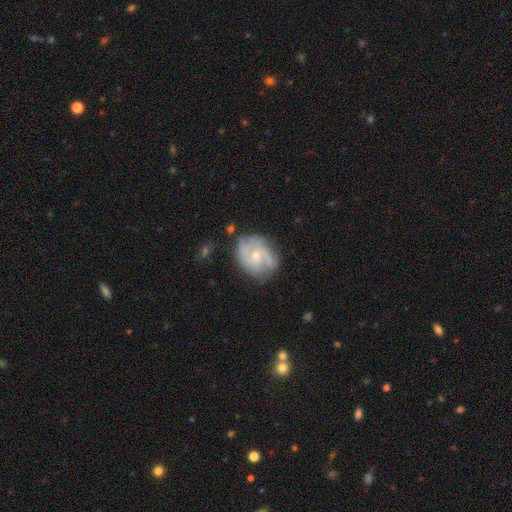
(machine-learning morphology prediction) This is likely a featured or disk galaxy (74%). It is clearly not viewed edge-on (97%). Bar: likely no (68%). Spiral arm pattern: clearly yes (88%). Spiral arm count: marginally 2 (33%). Spiral winding: marginally medium (42%). Central bulge: possibly small (52%). Merging: likely none (63%).